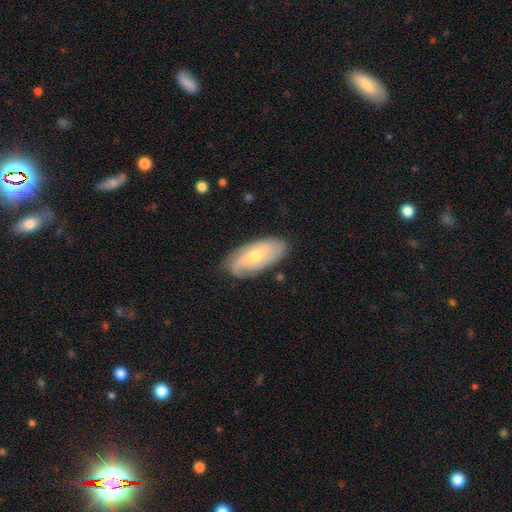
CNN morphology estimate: Smooth or featured? featured or disk (73%)
Edge-on disk? no (92%)
Bar? no (58%)
Spiral arms? yes (92%)
Spiral winding? tight (51%)
Spiral arm count? 2 (35%)
Bulge size? small (50%)
Merging? none (81%)